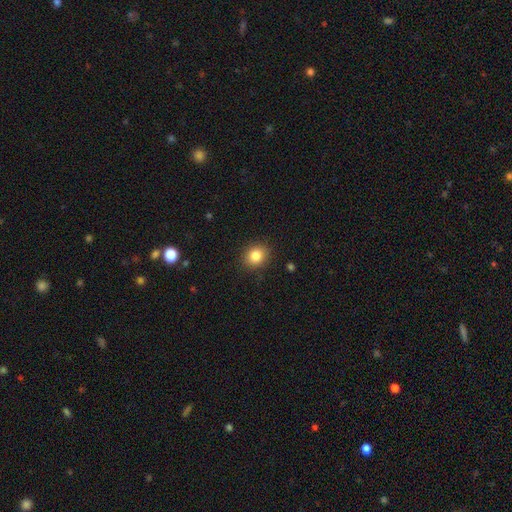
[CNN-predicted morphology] Smooth or featured?
  - smooth: 84% *
  - star or artifact: 10%
  - featured or disk: 6%
How rounded?
  - round: 69% *
  - in between: 30%
  - cigar-shaped: 1%
Merging?
  - none: 89% *
  - minor disturbance: 8%
  - major disturbance: 2%
  - merger: 1%